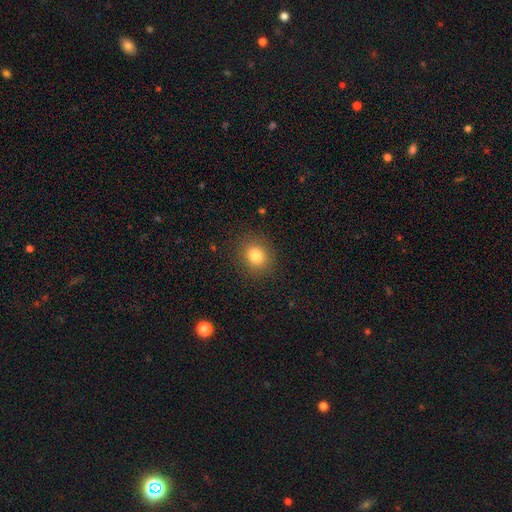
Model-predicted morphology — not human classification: Smooth or featured? Predicted: smooth (p=0.81). How rounded? Predicted: round (p=0.76). Merging? Predicted: none (p=0.88).